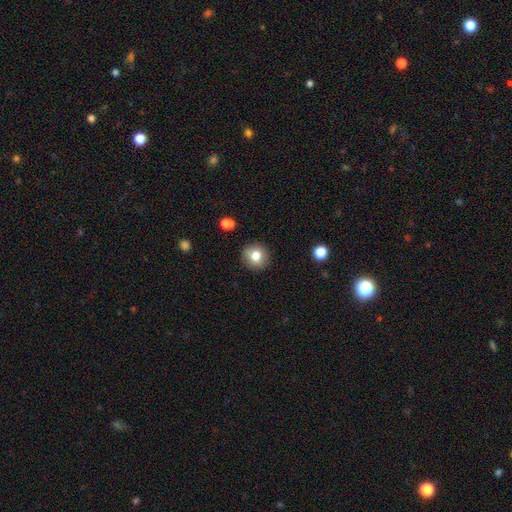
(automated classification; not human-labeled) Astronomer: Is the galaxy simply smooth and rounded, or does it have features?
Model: smooth — 79%.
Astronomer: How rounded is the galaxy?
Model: round — 90%.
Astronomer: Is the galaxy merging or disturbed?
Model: none — 88%.